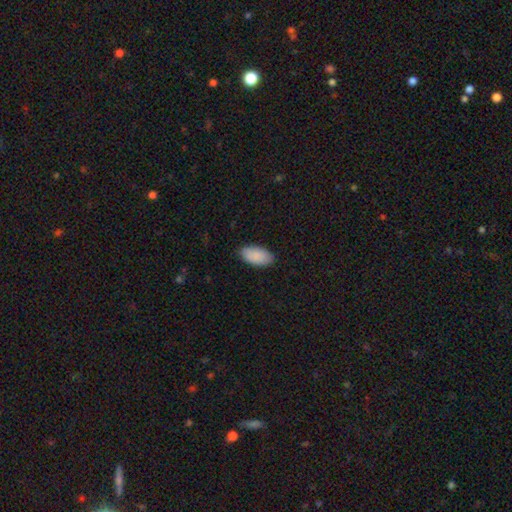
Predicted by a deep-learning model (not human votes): A smooth galaxy with no disk features (90%) that is in between round and cigar-shaped (95%). Merging: none (85%).